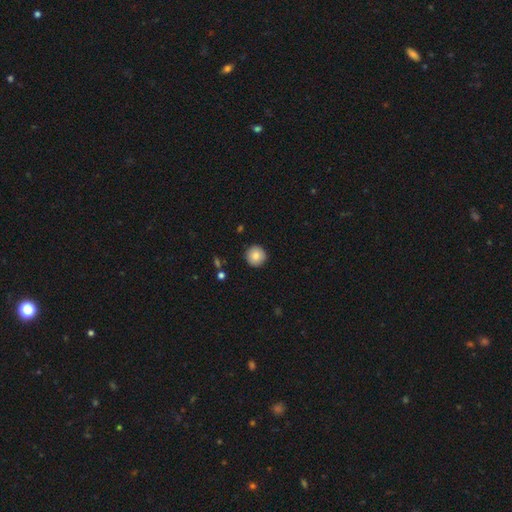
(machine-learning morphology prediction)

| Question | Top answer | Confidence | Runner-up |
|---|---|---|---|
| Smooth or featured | smooth | 84% | star or artifact (8%) |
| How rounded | round | 96% | in between (3%) |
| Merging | none | 92% | minor disturbance (6%) |